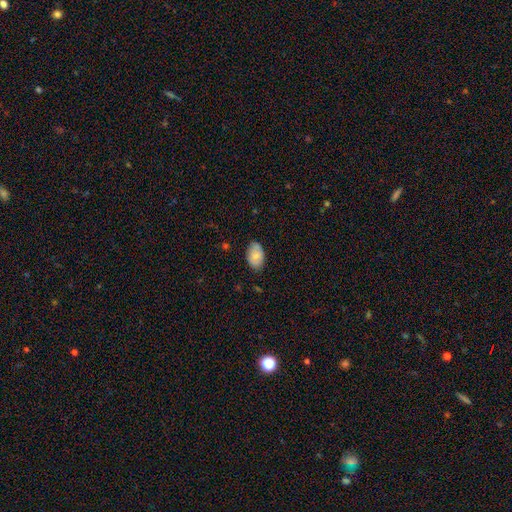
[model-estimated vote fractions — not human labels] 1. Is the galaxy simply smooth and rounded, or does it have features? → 78% smooth, 15% featured or disk, 7% star or artifact.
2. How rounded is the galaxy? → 90% in between, 9% round, 1% cigar-shaped.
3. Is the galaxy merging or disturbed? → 76% none, 20% minor disturbance, 3% major disturbance, 1% merger.